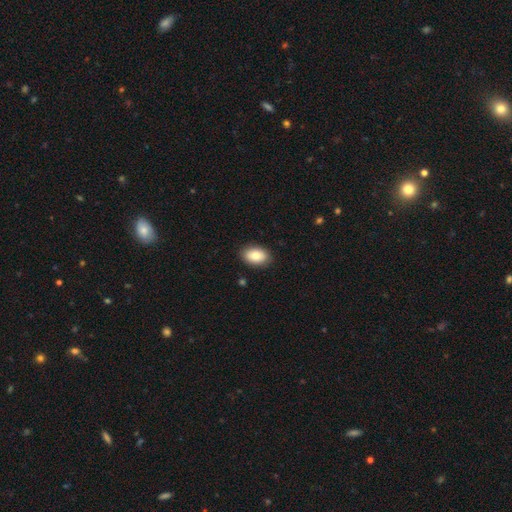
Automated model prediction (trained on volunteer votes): Smooth or featured?
  - smooth: 84% *
  - featured or disk: 9%
  - star or artifact: 7%
How rounded?
  - in between: 89% *
  - round: 9%
  - cigar-shaped: 1%
Merging?
  - none: 88% *
  - minor disturbance: 9%
  - major disturbance: 2%
  - merger: 1%